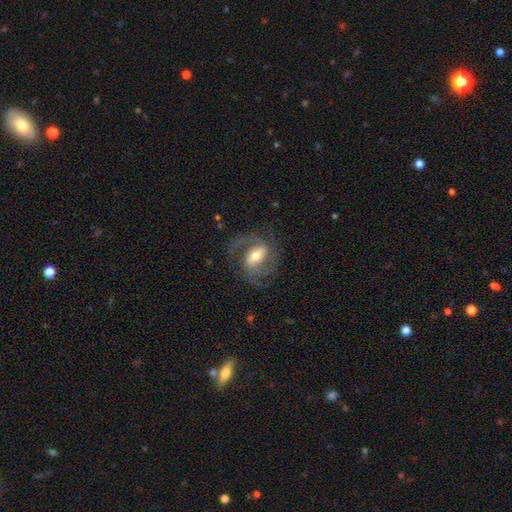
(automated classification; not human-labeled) Smooth or featured?
  - featured or disk: 85% *
  - smooth: 9%
  - star or artifact: 6%
Edge-on disk?
  - no: 97% *
  - yes: 3%
Bar?
  - weak: 45% *
  - strong: 33%
  - no: 23%
Spiral arms?
  - yes: 96% *
  - no: 4%
Spiral winding?
  - medium: 55% *
  - loose: 23%
  - tight: 23%
Spiral arm count?
  - 2: 71% *
  - 3: 13%
  - can't tell: 7%
  - 1: 4%
  - 4: 3%
  - more than 4: 2%
Bulge size?
  - moderate: 66% *
  - small: 19%
  - large: 13%
  - dominant: 1%
  - none: 1%
Merging?
  - none: 70% *
  - minor disturbance: 16%
  - major disturbance: 13%
  - merger: 1%